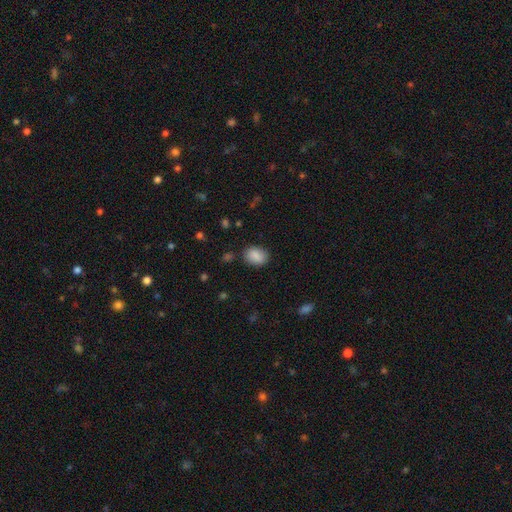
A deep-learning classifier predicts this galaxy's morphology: This appears to be a smooth galaxy with no disk features (88%) that is in between round and cigar-shaped (72%). Merging: none (82%).